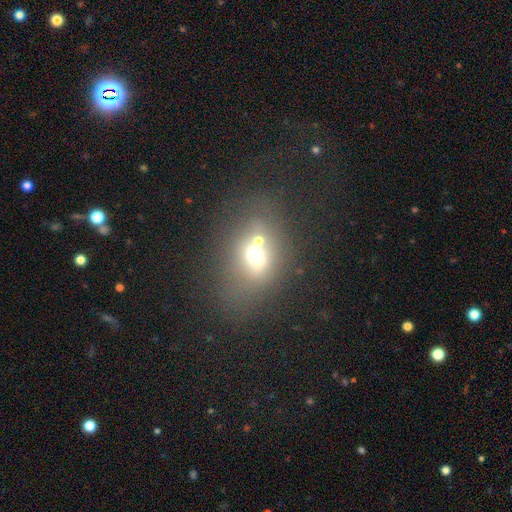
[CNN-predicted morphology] smooth 57%, featured or disk 25%, star or artifact 19%. Down the decision tree: how rounded — in between (54%); merging — none (45%).